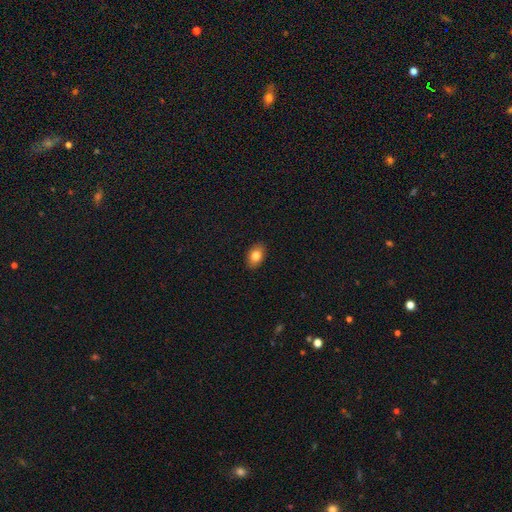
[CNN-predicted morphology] smooth-or-featured: smooth: 81% | featured or disk: 11% | star or artifact: 8%
  how-rounded: in between: 85% | round: 14% | cigar-shaped: 1%
  merging: none: 89% | minor disturbance: 8% | major disturbance: 2% | merger: 1%